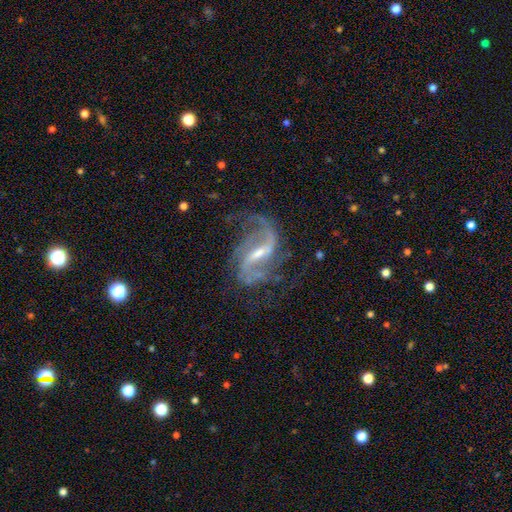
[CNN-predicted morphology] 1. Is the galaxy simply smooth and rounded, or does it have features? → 90% featured or disk, 7% star or artifact, 4% smooth.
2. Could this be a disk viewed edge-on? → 97% no, 3% yes.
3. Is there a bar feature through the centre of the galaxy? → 53% strong, 37% weak, 10% no.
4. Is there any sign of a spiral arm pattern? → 97% yes, 3% no.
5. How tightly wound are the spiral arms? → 54% loose, 36% medium, 9% tight.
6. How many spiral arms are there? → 82% 2, 5% 3, 5% can't tell, 4% 1, 2% 4, 2% more than 4.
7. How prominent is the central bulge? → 59% small, 34% moderate, 5% none, 2% large, 1% dominant.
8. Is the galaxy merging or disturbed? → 66% none, 18% minor disturbance, 14% major disturbance, 2% merger.